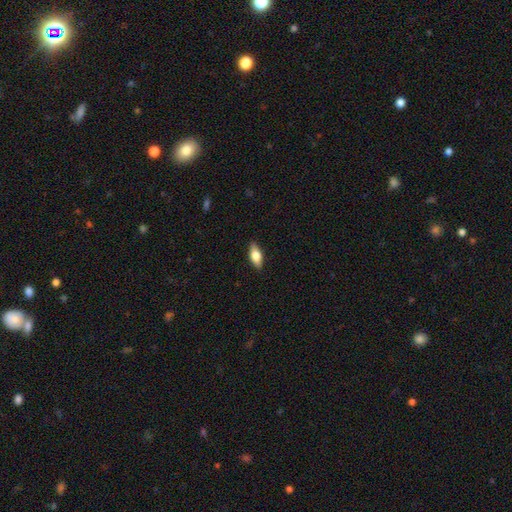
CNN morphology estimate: Smooth or featured? Predicted: smooth (p=0.69). How rounded? Predicted: in between (p=0.81). Merging? Predicted: none (p=0.88).